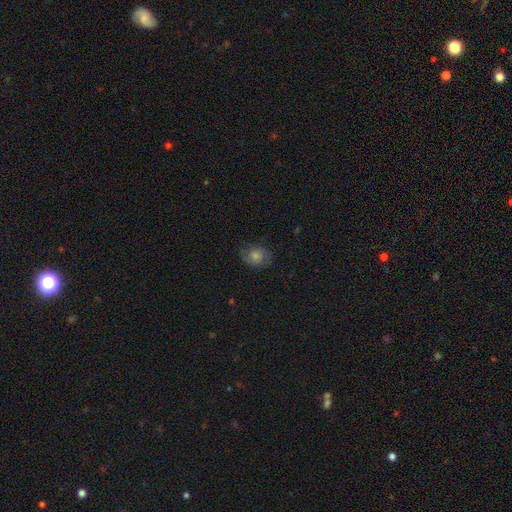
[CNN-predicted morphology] type=smooth (66%); roundness=round (62%); merging=none (75%).